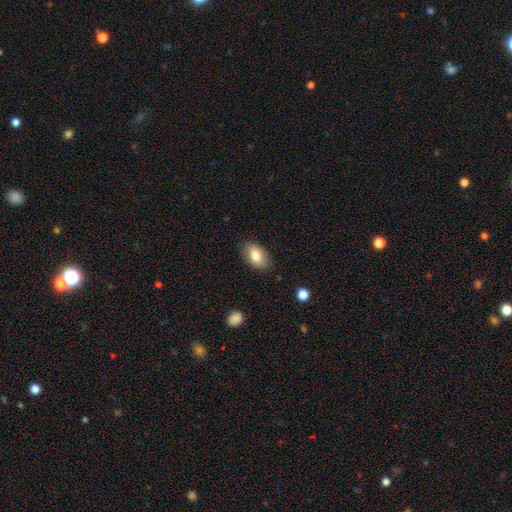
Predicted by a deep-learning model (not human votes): Q: Smooth or featured?
A: smooth (82%); runner-up: featured or disk (10%)
Q: How rounded?
A: in between (91%); runner-up: round (7%)
Q: Merging?
A: none (84%); runner-up: minor disturbance (12%)